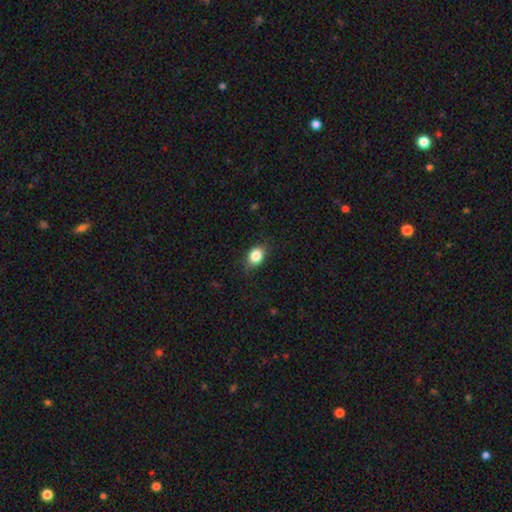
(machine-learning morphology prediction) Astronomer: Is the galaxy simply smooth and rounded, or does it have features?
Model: smooth — 83%.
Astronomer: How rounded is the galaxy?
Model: in between — 63%.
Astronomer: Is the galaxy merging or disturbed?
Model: none — 76%.